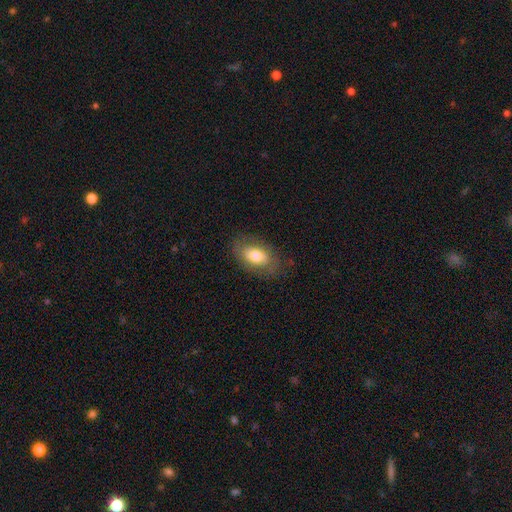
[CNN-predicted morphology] This is likely a smooth galaxy (70%). How rounded: clearly in between (90%). Merging: likely none (78%).